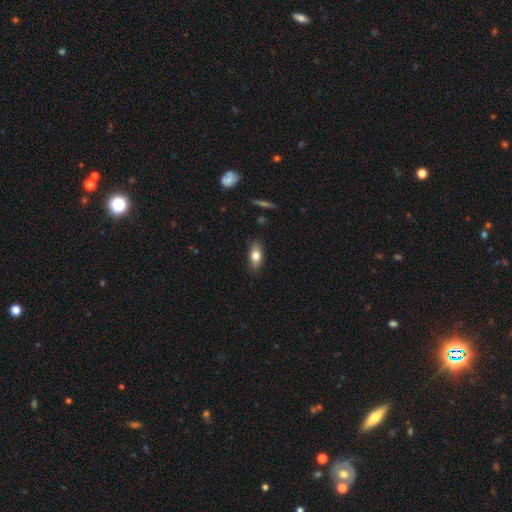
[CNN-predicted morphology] type=smooth (75%); roundness=in between (83%); merging=none (85%).